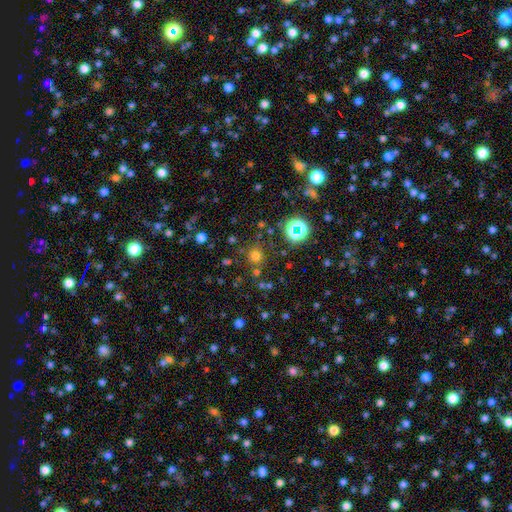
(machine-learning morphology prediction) Q: Smooth or featured?
A: smooth (67%); runner-up: star or artifact (26%)
Q: How rounded?
A: round (92%); runner-up: in between (7%)
Q: Merging?
A: none (79%); runner-up: minor disturbance (9%)